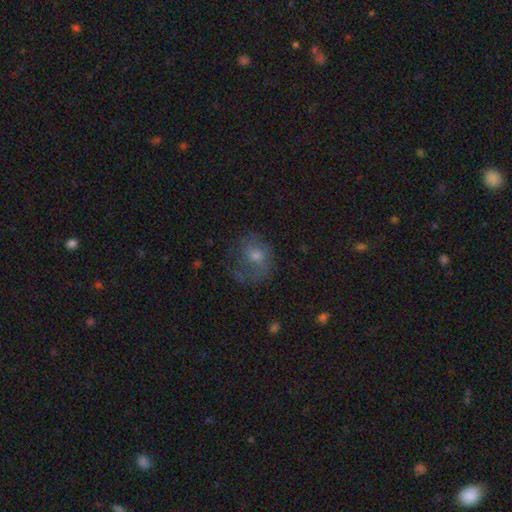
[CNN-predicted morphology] Smooth or featured: smooth — 44% (featured or disk — 40%)
Merging: none — 45% (major disturbance — 29%)